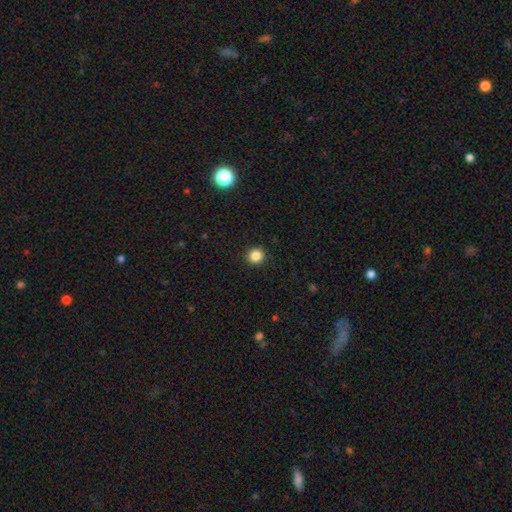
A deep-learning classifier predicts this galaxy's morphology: smooth_or_featured: smooth (p=0.85) [alt: star or artifact p=0.12]
how_rounded: round (p=0.94) [alt: in between p=0.05]
merging: none (p=0.93) [alt: minor disturbance p=0.04]